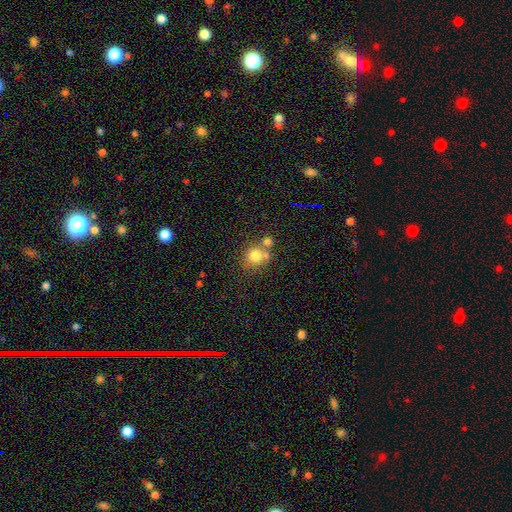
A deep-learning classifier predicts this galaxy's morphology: type=smooth (76%); roundness=round (86%); merging=none (53%).